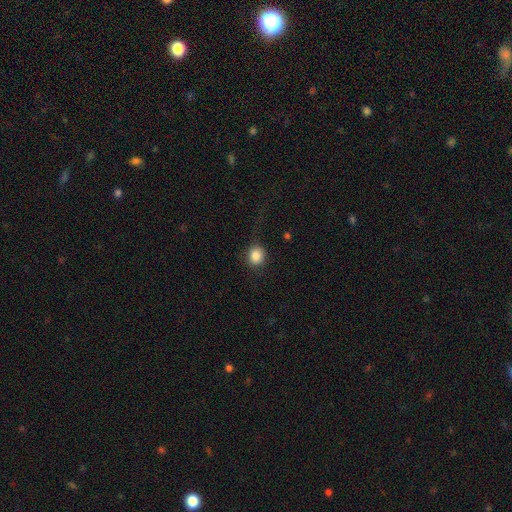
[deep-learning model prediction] smooth-or-featured: smooth: 85% | star or artifact: 9% | featured or disk: 5%
  how-rounded: round: 81% | in between: 18% | cigar-shaped: 1%
  merging: none: 79% | minor disturbance: 13% | major disturbance: 7% | merger: 1%